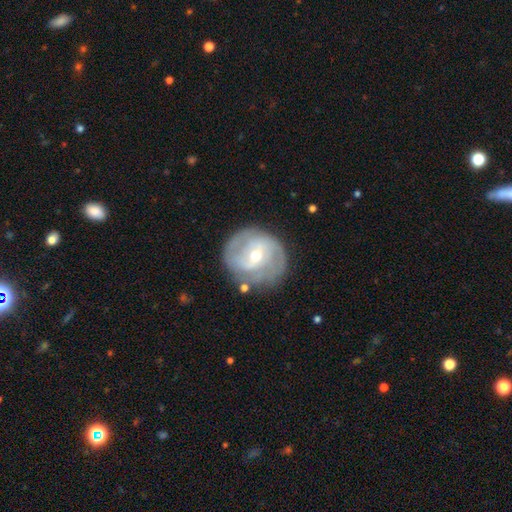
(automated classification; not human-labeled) featured or disk 79%, smooth 15%, star or artifact 6%. Down the decision tree: edge-on disk — no (97%); bar — weak (47%); spiral arms — yes (90%); spiral arm count — 2 (59%); spiral winding — tight (45%); bulge size — moderate (50%); merging — none (75%).